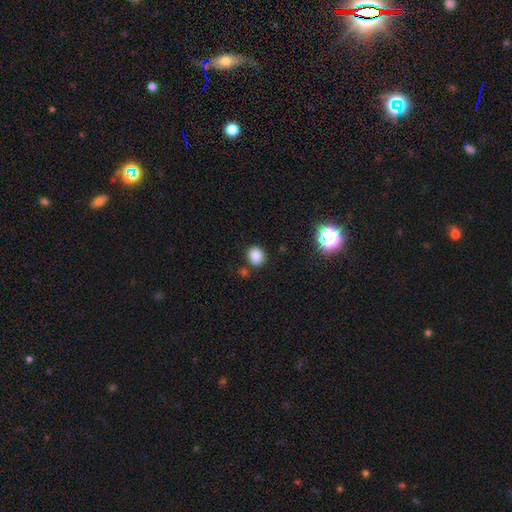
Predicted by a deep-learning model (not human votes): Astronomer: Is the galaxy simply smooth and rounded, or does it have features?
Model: smooth — 83%.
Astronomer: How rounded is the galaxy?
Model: round — 70%.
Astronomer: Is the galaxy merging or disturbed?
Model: none — 79%.